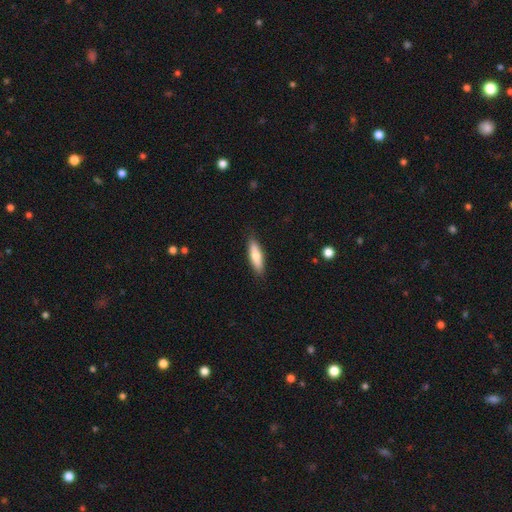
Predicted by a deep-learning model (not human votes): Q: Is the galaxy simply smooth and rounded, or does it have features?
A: smooth — 73%.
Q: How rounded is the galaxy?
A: cigar-shaped — 62%.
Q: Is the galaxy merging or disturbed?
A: none — 87%.